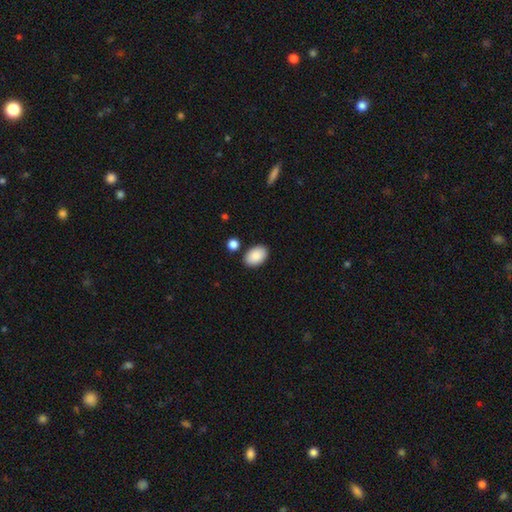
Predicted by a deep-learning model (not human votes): smooth 89%, star or artifact 6%, featured or disk 4%. Down the decision tree: how rounded — in between (91%); merging — none (85%).